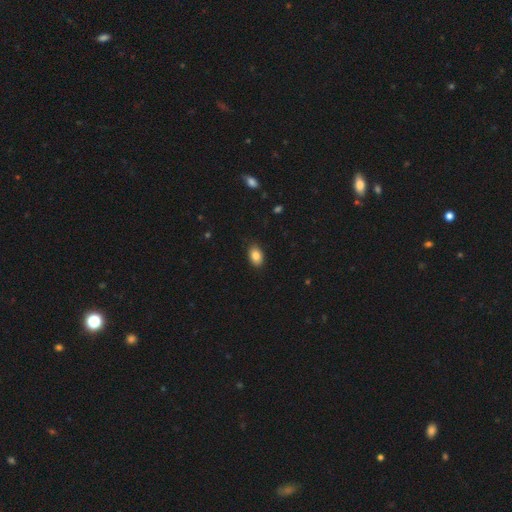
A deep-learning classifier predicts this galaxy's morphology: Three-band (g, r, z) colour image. It shows a smooth galaxy with no disk features (86%) that is in between round and cigar-shaped (88%). Merging: none (86%).